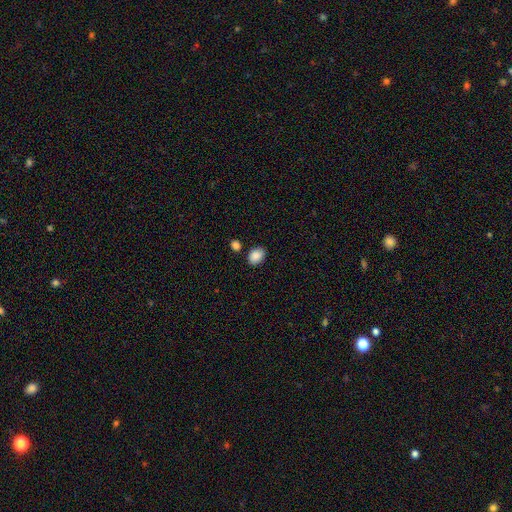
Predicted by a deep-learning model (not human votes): Smooth or featured? Predicted: smooth (p=0.88). How rounded? Predicted: in between (p=0.72). Merging? Predicted: none (p=0.77).